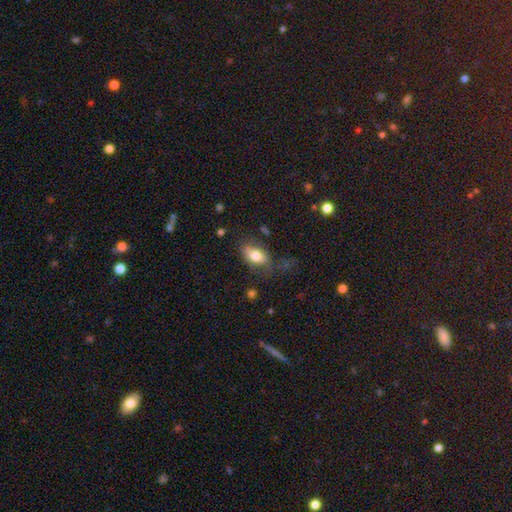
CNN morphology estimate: A smooth galaxy with no disk features (74%) that is in between round and cigar-shaped (89%).

Vote fractions:
- Smooth or featured? smooth: 74% / featured or disk: 18% / star or artifact: 8%
- How rounded? in between: 89% / round: 7% / cigar-shaped: 5%
- Merging? none: 60% / minor disturbance: 25% / major disturbance: 12% / merger: 3%